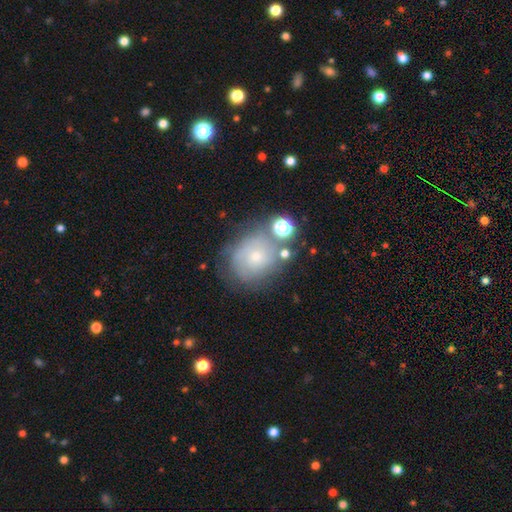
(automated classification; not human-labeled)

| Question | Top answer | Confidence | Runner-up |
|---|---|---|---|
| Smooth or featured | smooth | 44% | featured or disk (42%) |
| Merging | none | 60% | minor disturbance (20%) |